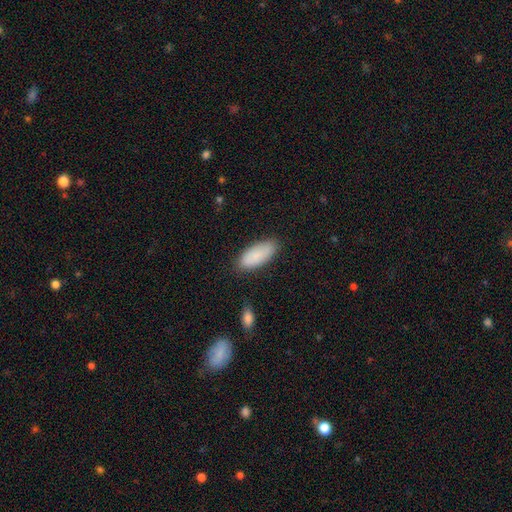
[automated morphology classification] Smooth or featured: smooth — 87% (featured or disk — 7%)
How rounded: in between — 85% (cigar-shaped — 13%)
Merging: none — 83% (minor disturbance — 13%)